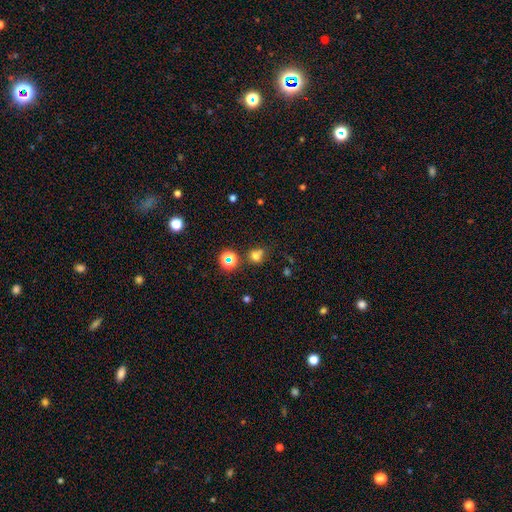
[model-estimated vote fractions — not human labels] Morphology: type=smooth (65%); roundness=round (79%); merging=none (59%).